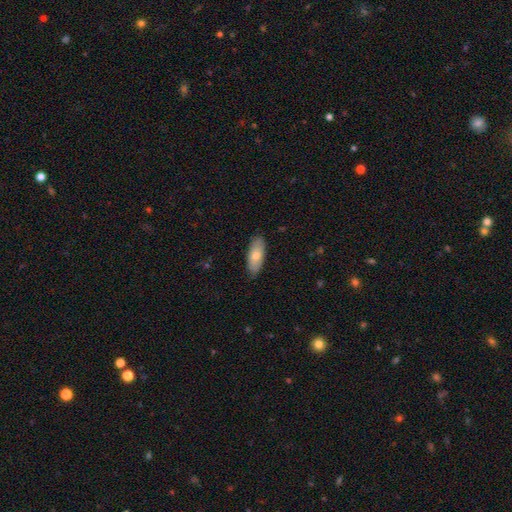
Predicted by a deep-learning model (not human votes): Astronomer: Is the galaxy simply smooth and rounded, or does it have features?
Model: smooth — 75%.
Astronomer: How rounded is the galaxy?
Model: in between — 80%.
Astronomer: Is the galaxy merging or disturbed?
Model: none — 86%.